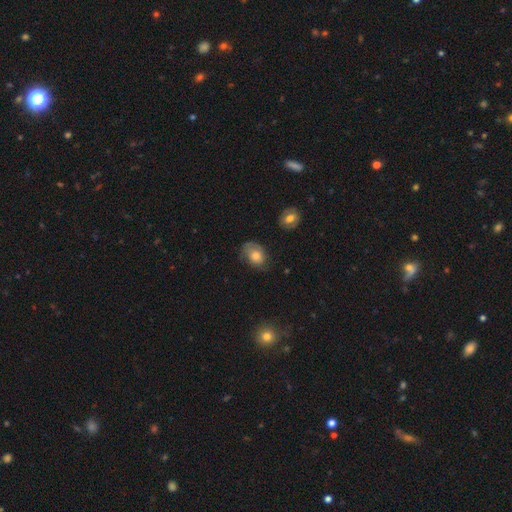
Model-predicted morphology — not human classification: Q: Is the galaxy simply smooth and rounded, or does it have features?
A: smooth — 66%.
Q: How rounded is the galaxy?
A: in between — 68%.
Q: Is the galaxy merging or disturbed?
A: none — 56%.